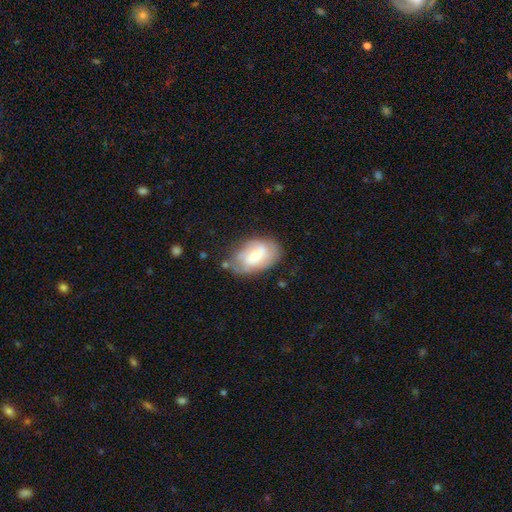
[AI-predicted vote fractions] The model was most divided on "smooth or featured": featured or disk: 50%, smooth: 43%, star or artifact: 7%. More confident: merging — none (60%).